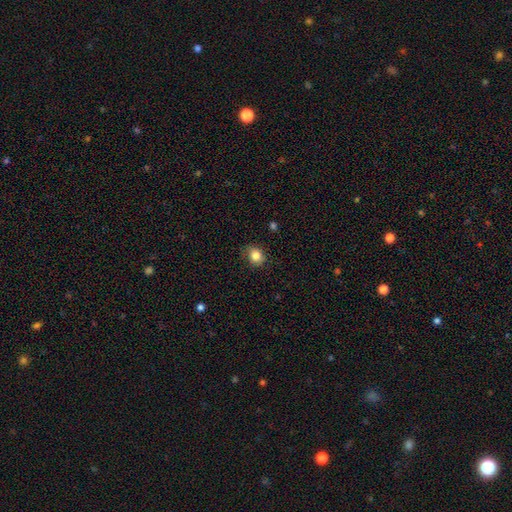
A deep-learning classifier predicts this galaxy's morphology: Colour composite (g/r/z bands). It shows a smooth galaxy with no disk features (84%) that is round (64%). Merging: none (78%).